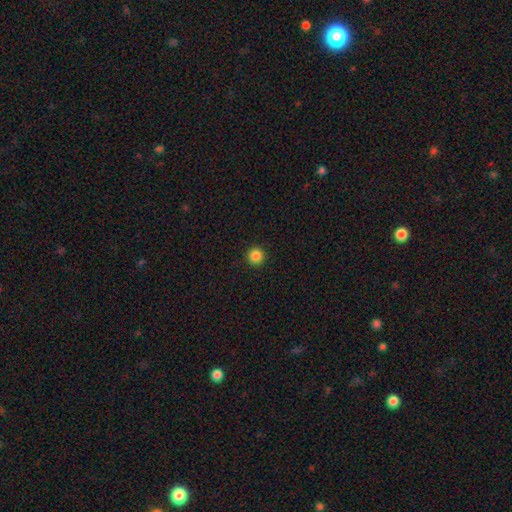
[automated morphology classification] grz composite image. It shows a smooth galaxy with no disk features (86%) that is round (96%). Merging: none (93%).